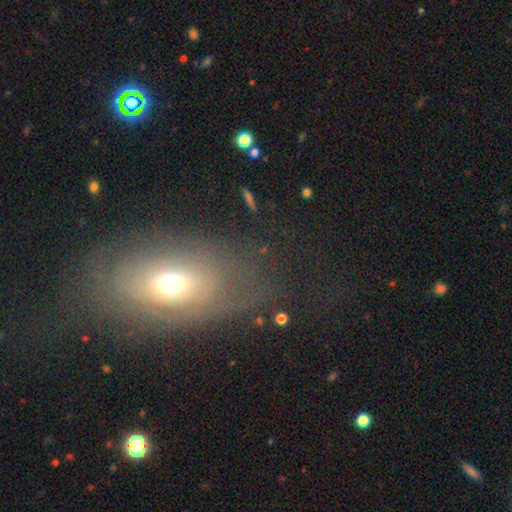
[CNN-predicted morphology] Smooth or featured: featured or disk — 43% (smooth — 41%)
Merging: none — 68% (minor disturbance — 17%)